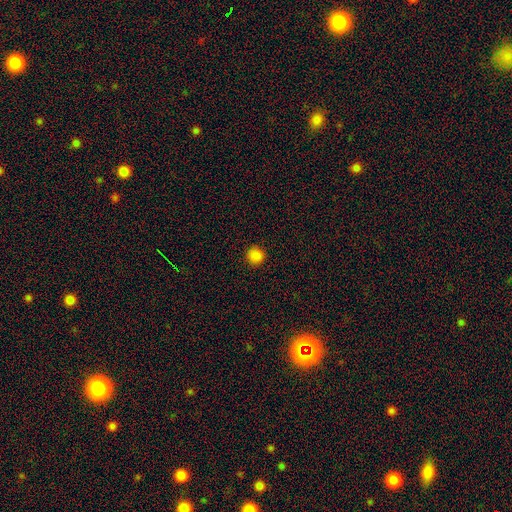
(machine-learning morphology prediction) smooth 85%, star or artifact 13%, featured or disk 3%. Down the decision tree: how rounded — round (92%); merging — none (91%).